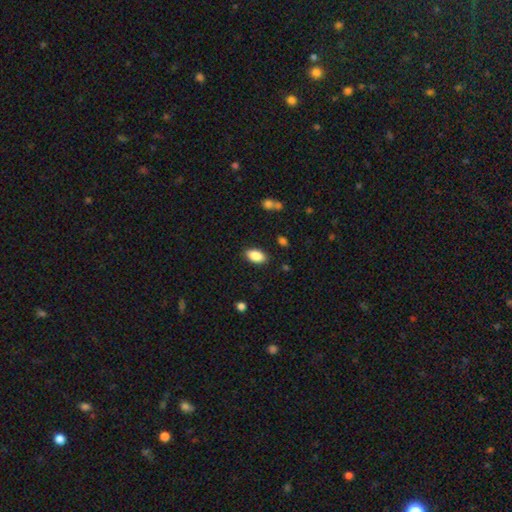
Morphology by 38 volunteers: This appears to be a smooth galaxy with no disk features (92%) that is in between round and cigar-shaped (91%). Merging: none (97%).